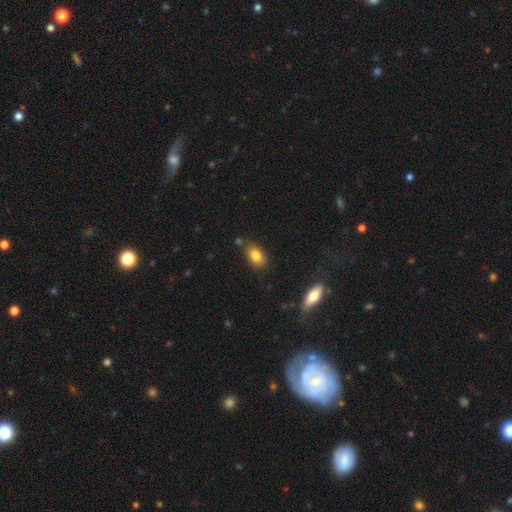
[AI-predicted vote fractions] Smooth or featured? smooth (83%)
How rounded? in between (85%)
Merging? none (73%)